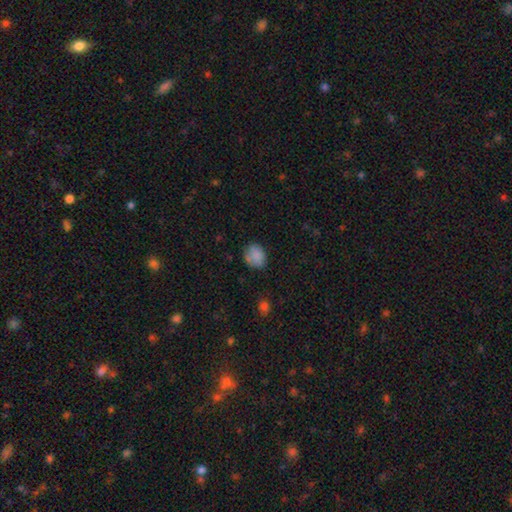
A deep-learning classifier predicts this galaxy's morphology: This is clearly a smooth galaxy (83%). How rounded: possibly round (52%). Merging: likely none (69%).